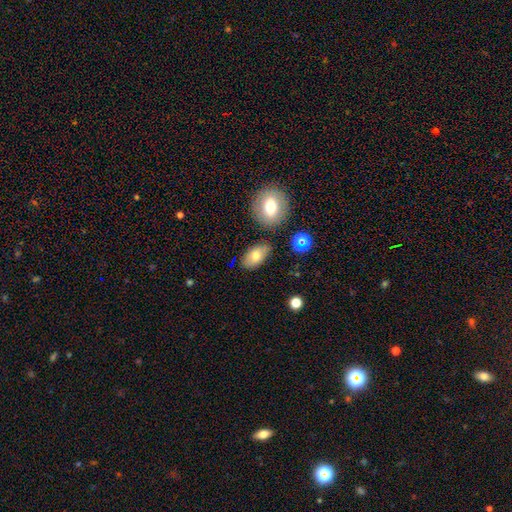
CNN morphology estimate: The model was most divided on "smooth or featured": smooth: 73%, featured or disk: 17%, star or artifact: 10%. More confident: how rounded — in between (90%); merging — none (79%).